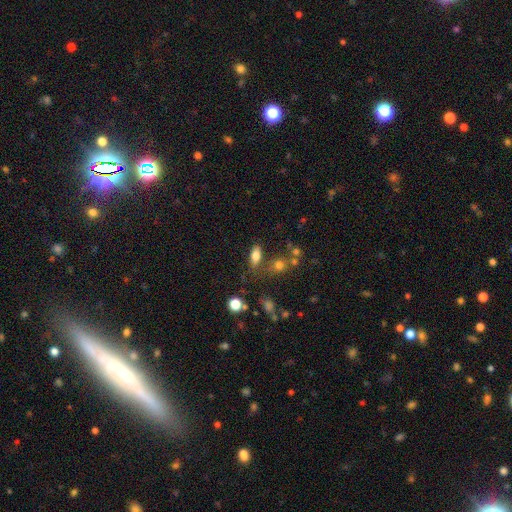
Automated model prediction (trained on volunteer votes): Smooth or featured: smooth — 76% (featured or disk — 13%)
How rounded: in between — 82% (cigar-shaped — 12%)
Merging: none — 68% (minor disturbance — 16%)